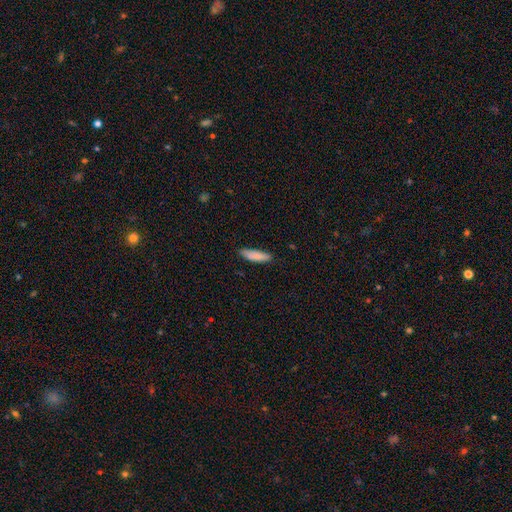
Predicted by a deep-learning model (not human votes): Smooth or featured? Predicted: smooth (p=0.86). How rounded? Predicted: cigar-shaped (p=0.69). Merging? Predicted: none (p=0.84).